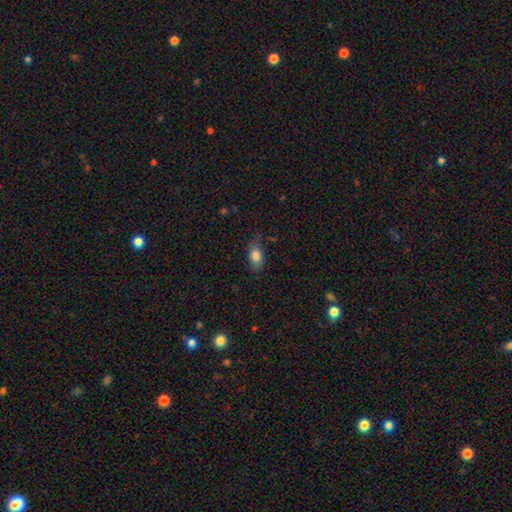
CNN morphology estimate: type=smooth (83%); roundness=in between (87%); merging=none (73%).